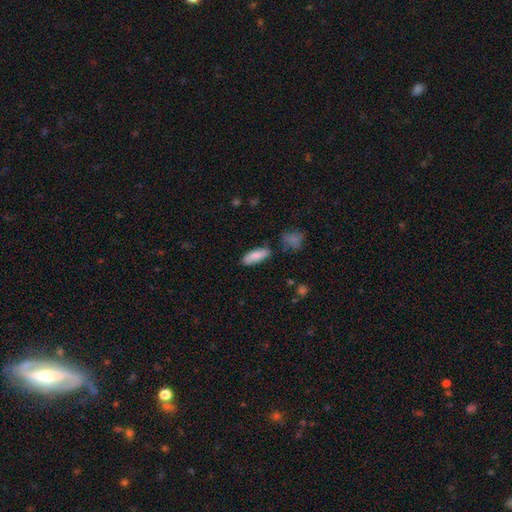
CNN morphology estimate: Smooth or featured: smooth — 82% (featured or disk — 11%)
How rounded: in between — 71% (cigar-shaped — 27%)
Merging: none — 75% (minor disturbance — 17%)